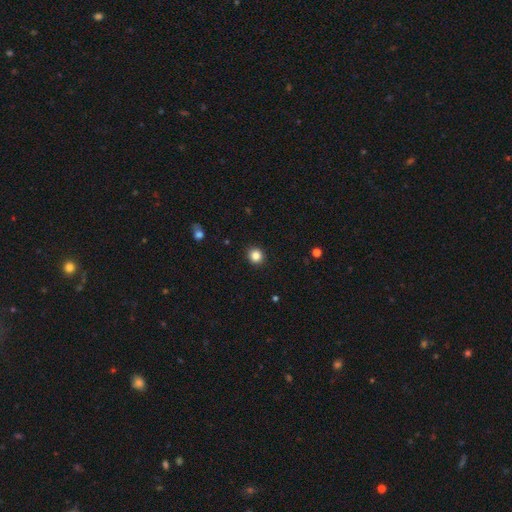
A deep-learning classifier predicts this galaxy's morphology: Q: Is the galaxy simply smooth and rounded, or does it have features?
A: smooth — 85%.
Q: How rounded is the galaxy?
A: round — 88%.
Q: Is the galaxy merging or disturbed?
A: none — 92%.